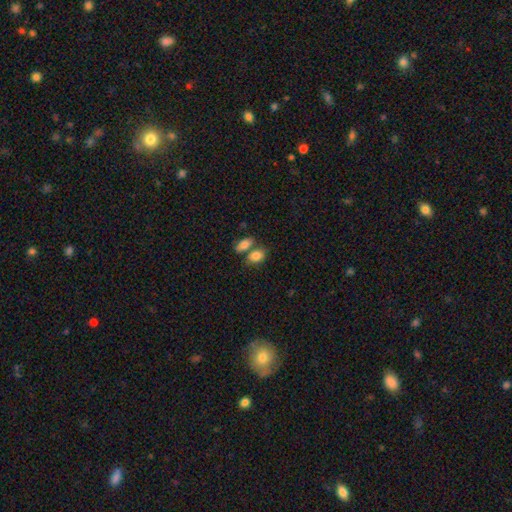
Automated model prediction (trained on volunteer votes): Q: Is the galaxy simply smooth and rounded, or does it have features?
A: smooth — 85%.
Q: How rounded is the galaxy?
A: in between — 85%.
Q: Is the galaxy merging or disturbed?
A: none — 43%.